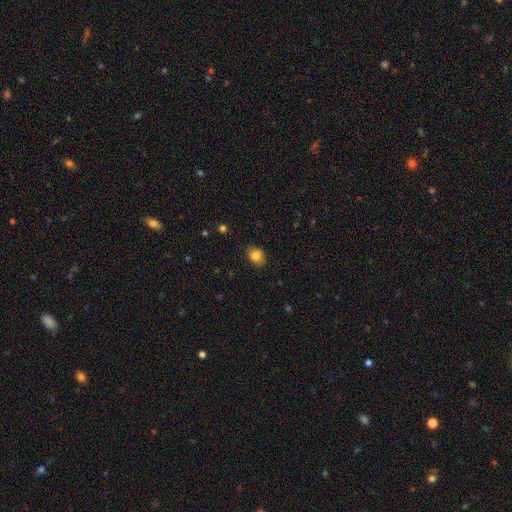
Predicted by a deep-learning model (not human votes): smooth 82%, star or artifact 9%, featured or disk 8%. Down the decision tree: how rounded — in between (59%); merging — none (82%).